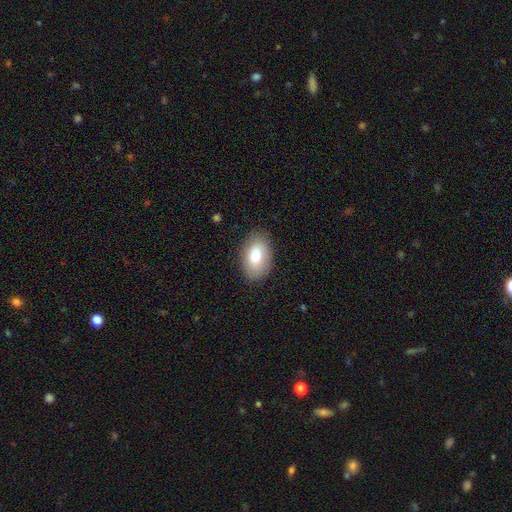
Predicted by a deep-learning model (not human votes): This appears to be a smooth galaxy with no disk features (81%) that is in between round and cigar-shaped (92%). Merging: none (84%).